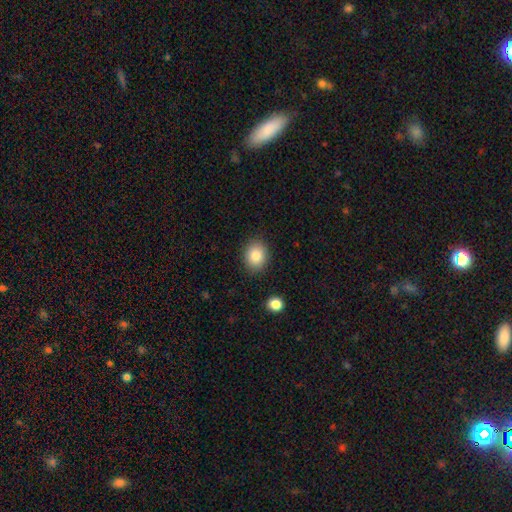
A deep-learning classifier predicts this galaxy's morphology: A smooth galaxy with no disk features (85%) that is in between round and cigar-shaped (53%).

Vote fractions:
- Smooth or featured? smooth: 85% / star or artifact: 9% / featured or disk: 7%
- How rounded? in between: 53% / round: 46% / cigar-shaped: 1%
- Merging? none: 87% / minor disturbance: 9% / major disturbance: 2% / merger: 2%